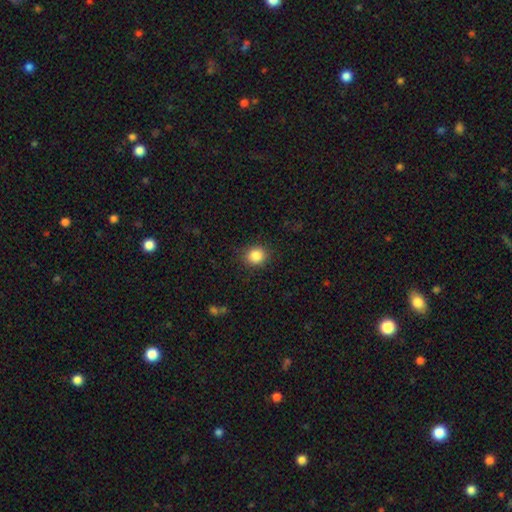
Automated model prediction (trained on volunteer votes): A smooth galaxy with no disk features (85%) that is round (82%). Merging: none (88%).